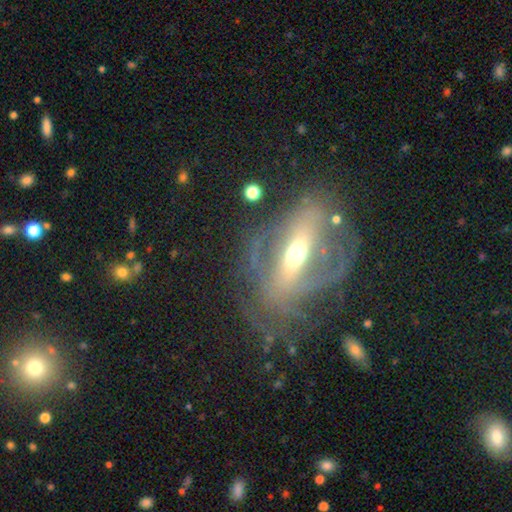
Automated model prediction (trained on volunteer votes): This appears to be a featured or disk galaxy (78%) with a strong bar (47%), spiral arms (62%) and a moderate central bulge (68%). Merging: none (53%).